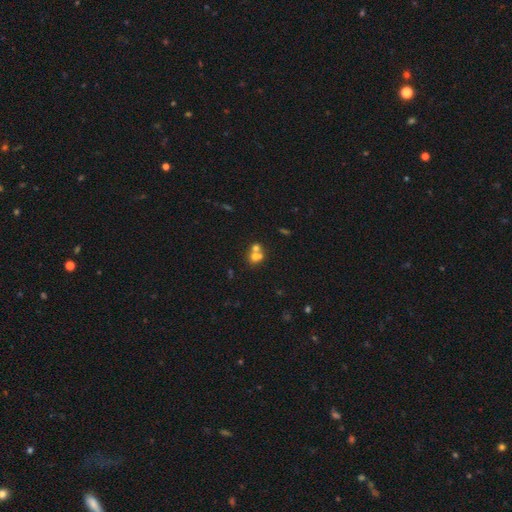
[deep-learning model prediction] Morphology: type=smooth (62%); roundness=round (72%); merging=merger (59%).